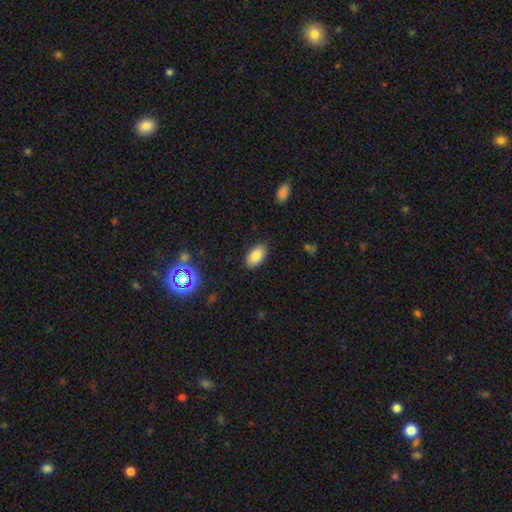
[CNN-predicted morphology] This appears to be a smooth galaxy with no disk features (84%) that is in between round and cigar-shaped (94%). Merging: none (86%).